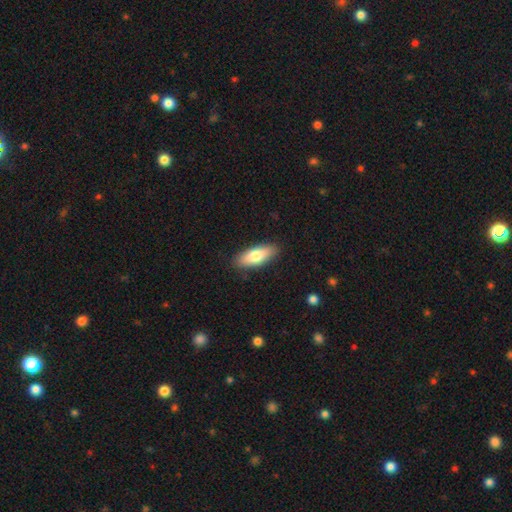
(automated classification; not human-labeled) This is likely a smooth galaxy (74%). How rounded: likely in between (68%). Merging: clearly none (89%).